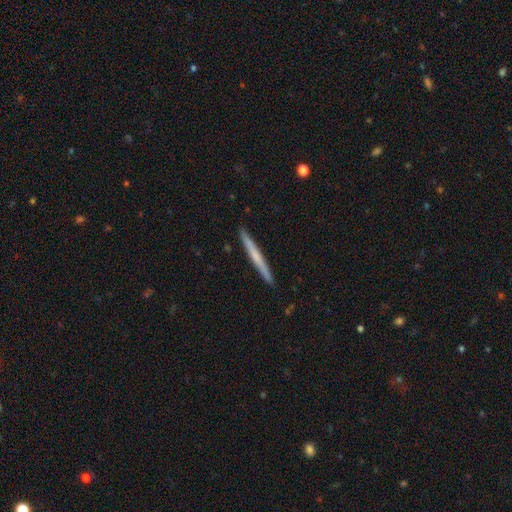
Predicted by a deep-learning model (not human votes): Overall: smooth (48%; featured or disk 47%). Merging: none (92%).